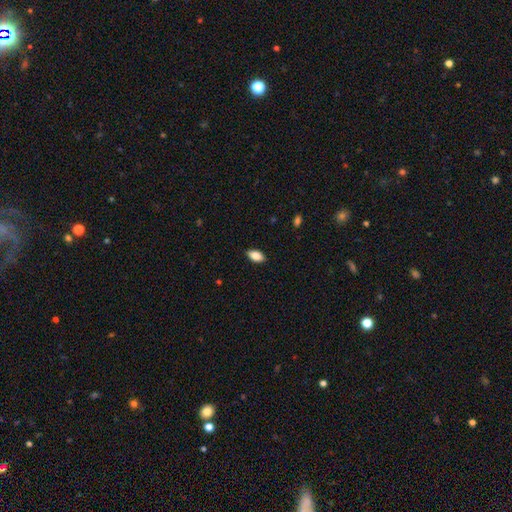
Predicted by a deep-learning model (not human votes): Smooth or featured? smooth (87%)
How rounded? in between (92%)
Merging? none (88%)